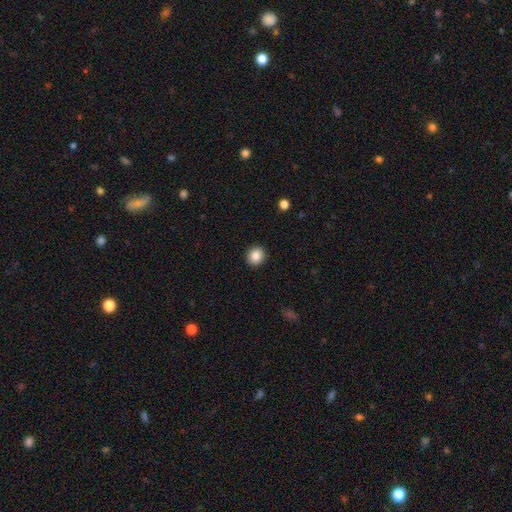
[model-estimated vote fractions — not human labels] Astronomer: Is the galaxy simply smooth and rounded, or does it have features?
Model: smooth — 87%.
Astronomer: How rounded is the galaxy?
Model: round — 83%.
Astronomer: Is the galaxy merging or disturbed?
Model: none — 91%.